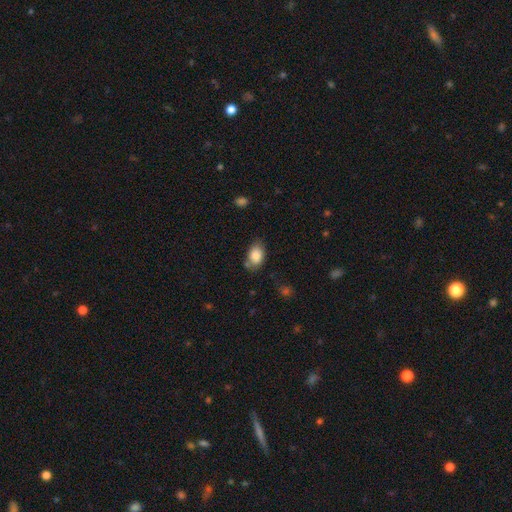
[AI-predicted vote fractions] Smooth or featured? smooth (86%)
How rounded? in between (86%)
Merging? none (67%)